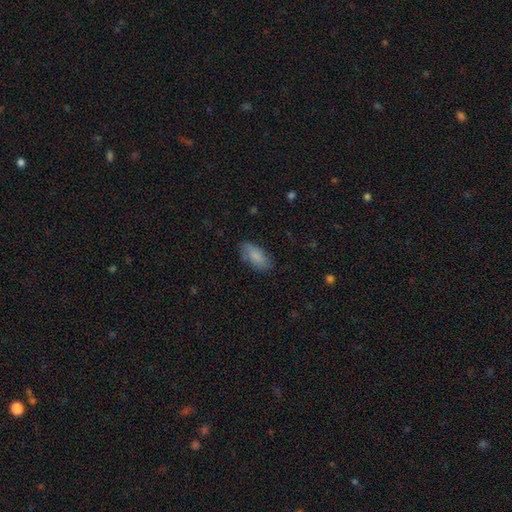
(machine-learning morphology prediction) Q: Smooth or featured?
A: smooth (84%); runner-up: featured or disk (10%)
Q: How rounded?
A: in between (89%); runner-up: cigar-shaped (9%)
Q: Merging?
A: none (79%); runner-up: minor disturbance (16%)